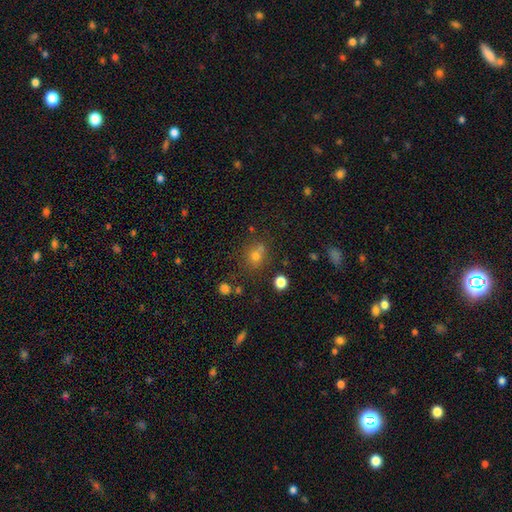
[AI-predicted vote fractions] Smooth or featured: smooth — 64% (star or artifact — 25%)
How rounded: round — 78% (in between — 21%)
Merging: none — 61% (merger — 23%)